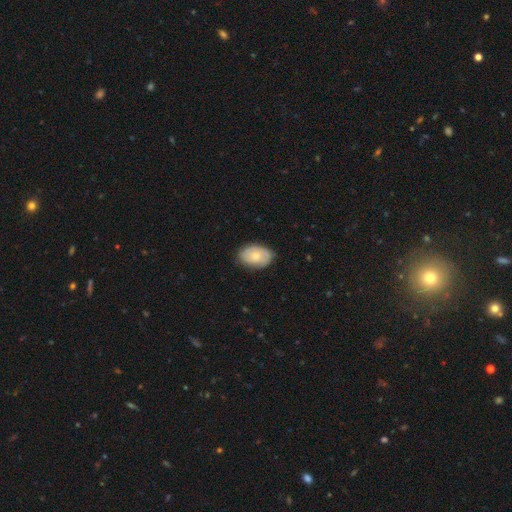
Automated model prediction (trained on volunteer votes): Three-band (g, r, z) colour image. It shows a smooth galaxy with no disk features (63%) that is in between round and cigar-shaped (87%). Merging: none (79%).